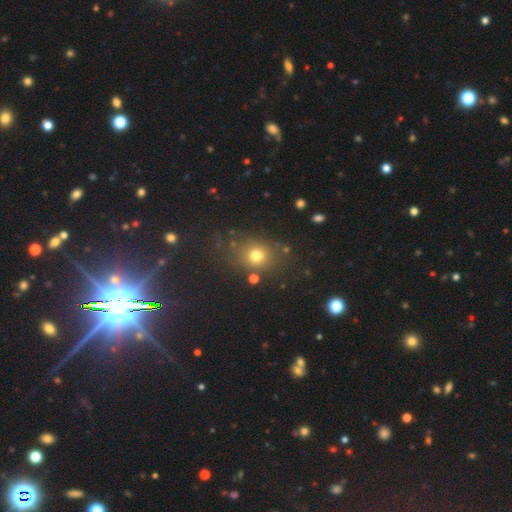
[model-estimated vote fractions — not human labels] smooth-or-featured: smooth: 70% | star or artifact: 19% | featured or disk: 10%
  how-rounded: round: 64% | in between: 35% | cigar-shaped: 1%
  merging: none: 71% | minor disturbance: 14% | merger: 8% | major disturbance: 7%